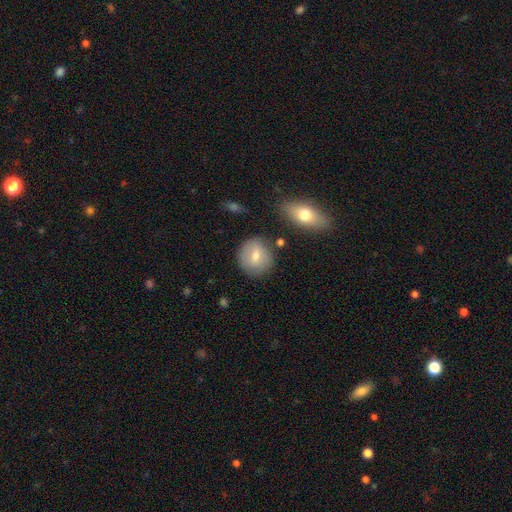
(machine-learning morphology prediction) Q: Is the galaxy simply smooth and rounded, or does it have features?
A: smooth — 71%.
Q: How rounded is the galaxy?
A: round — 82%.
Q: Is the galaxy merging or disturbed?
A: none — 78%.